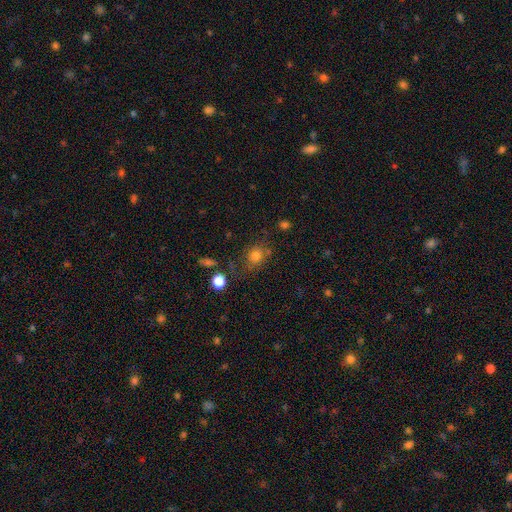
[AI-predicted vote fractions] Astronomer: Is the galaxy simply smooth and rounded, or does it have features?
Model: smooth — 76%.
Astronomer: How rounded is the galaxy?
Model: round — 64%.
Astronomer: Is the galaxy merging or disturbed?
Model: none — 65%.